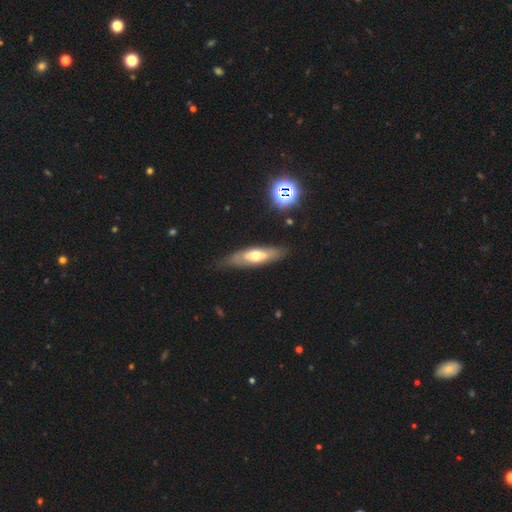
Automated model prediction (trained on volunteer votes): Smooth or featured?
  - featured or disk: 50% *
  - smooth: 43%
  - star or artifact: 7%
Edge-on disk?
  - no: 51% *
  - yes: 49%
Merging?
  - none: 77% *
  - minor disturbance: 17%
  - major disturbance: 4%
  - merger: 2%